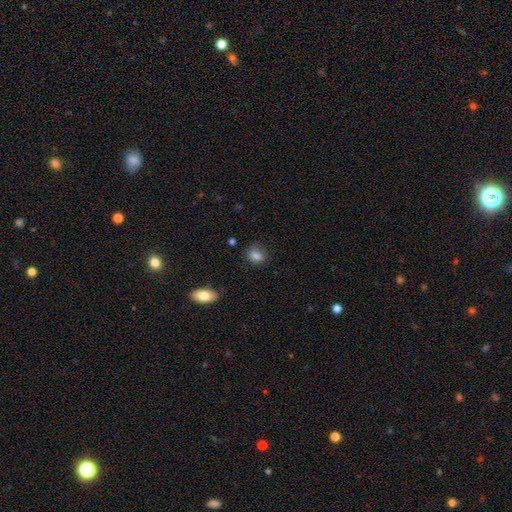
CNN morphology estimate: The model was most divided on "how rounded": in between: 53%, round: 45%, cigar-shaped: 2%. More confident: smooth or featured — smooth (82%); merging — none (67%).